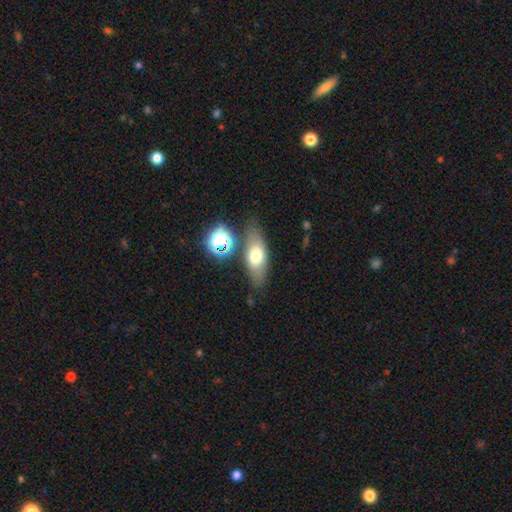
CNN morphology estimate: type=smooth (65%); roundness=in between (73%); merging=none (74%).